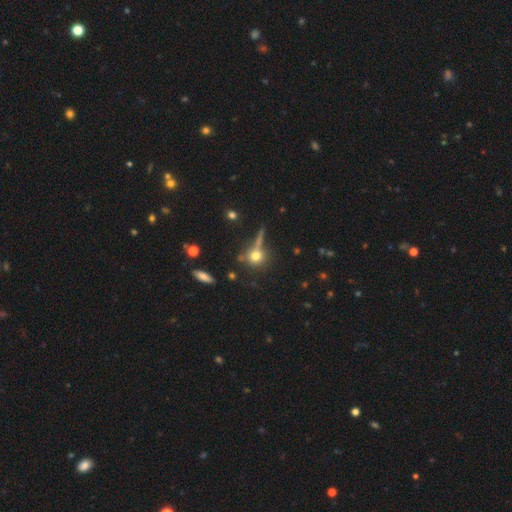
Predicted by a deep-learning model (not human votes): Smooth or featured?
  - smooth: 70% *
  - star or artifact: 15%
  - featured or disk: 15%
How rounded?
  - round: 83% *
  - in between: 13%
  - cigar-shaped: 4%
Merging?
  - none: 63% *
  - merger: 15%
  - minor disturbance: 14%
  - major disturbance: 8%